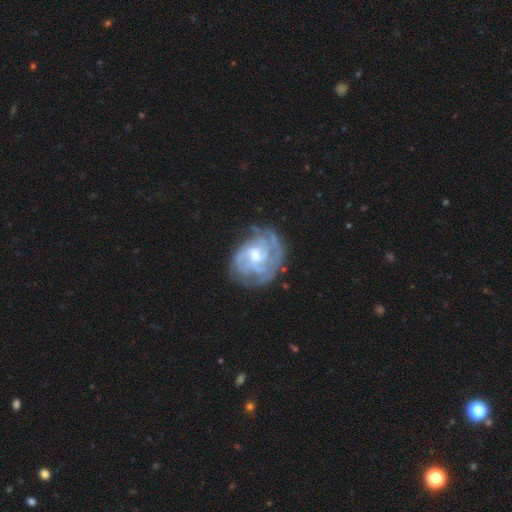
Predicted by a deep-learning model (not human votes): Q: Smooth or featured?
A: featured or disk (83%); runner-up: smooth (11%)
Q: Edge-on disk?
A: no (98%); runner-up: yes (2%)
Q: Bar?
A: no (49%); runner-up: weak (42%)
Q: Spiral arms?
A: yes (91%); runner-up: no (9%)
Q: Spiral winding?
A: tight (60%); runner-up: medium (31%)
Q: Spiral arm count?
A: can't tell (38%); runner-up: 2 (23%)
Q: Bulge size?
A: moderate (49%); runner-up: small (31%)
Q: Merging?
A: none (62%); runner-up: minor disturbance (22%)